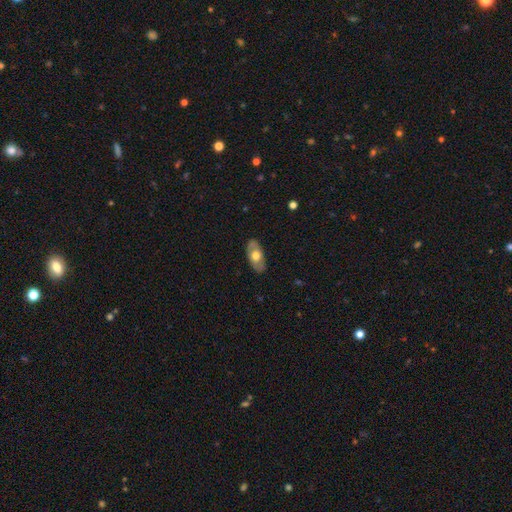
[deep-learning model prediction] The model was most divided on "smooth or featured": smooth: 54%, featured or disk: 41%, star or artifact: 5%. More confident: how rounded — in between (91%); merging — none (82%).